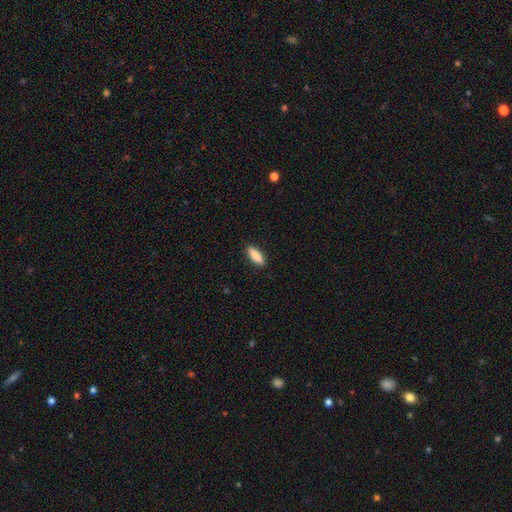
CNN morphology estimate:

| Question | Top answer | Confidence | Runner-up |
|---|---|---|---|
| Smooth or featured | smooth | 87% | featured or disk (8%) |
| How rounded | in between | 55% | cigar-shaped (43%) |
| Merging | none | 90% | minor disturbance (7%) |